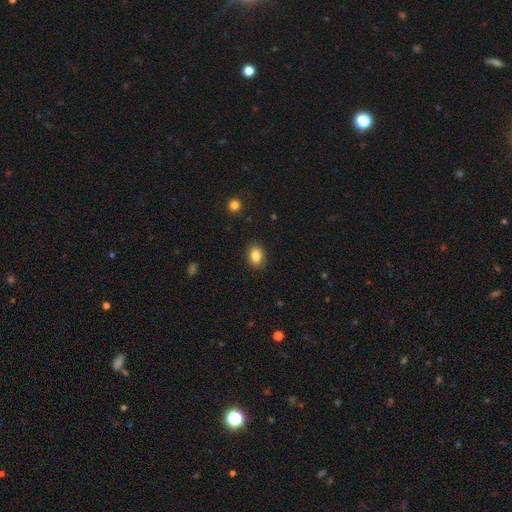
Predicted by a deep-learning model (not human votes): smooth-or-featured: smooth: 85% | star or artifact: 9% | featured or disk: 6%
  how-rounded: in between: 64% | round: 35% | cigar-shaped: 1%
  merging: none: 89% | minor disturbance: 8% | major disturbance: 2% | merger: 1%